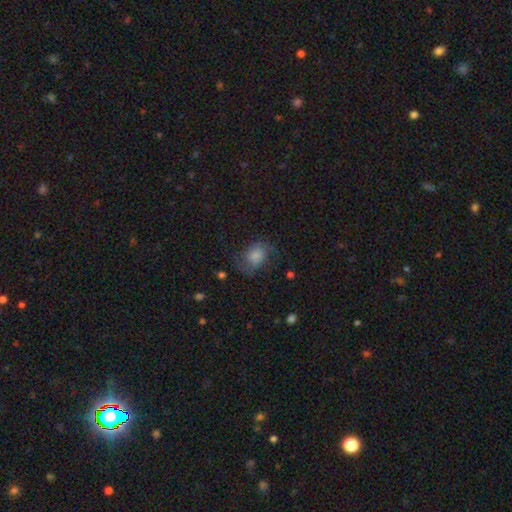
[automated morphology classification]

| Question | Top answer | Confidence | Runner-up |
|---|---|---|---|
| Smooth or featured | smooth | 54% | featured or disk (36%) |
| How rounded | in between | 58% | round (41%) |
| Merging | none | 51% | minor disturbance (25%) |